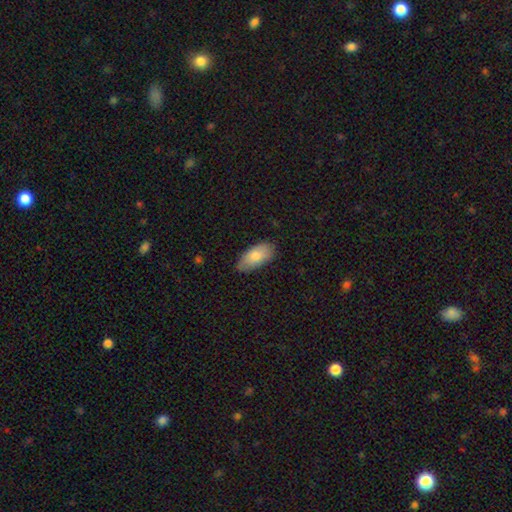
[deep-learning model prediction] Smooth or featured? smooth (80%)
How rounded? in between (92%)
Merging? none (76%)